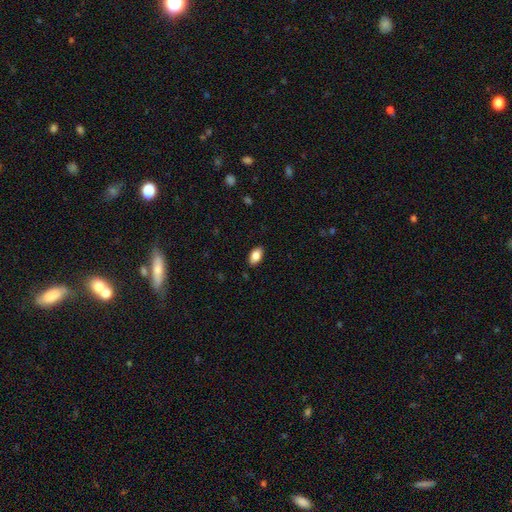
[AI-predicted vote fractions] Smooth or featured? smooth (86%)
How rounded? in between (92%)
Merging? none (88%)